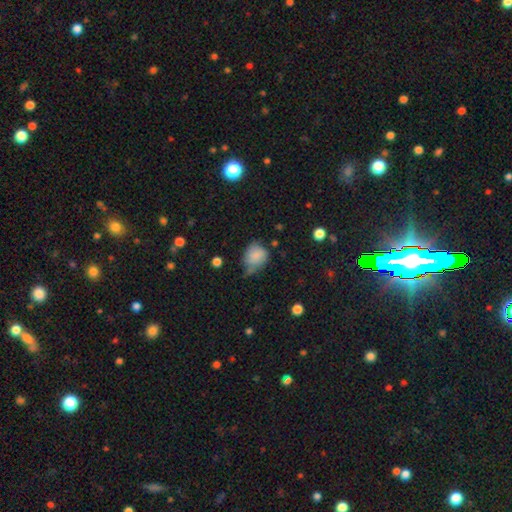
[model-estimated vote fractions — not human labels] Morphology: type=smooth (80%); roundness=round (64%); merging=minor disturbance (41%, tied with none).